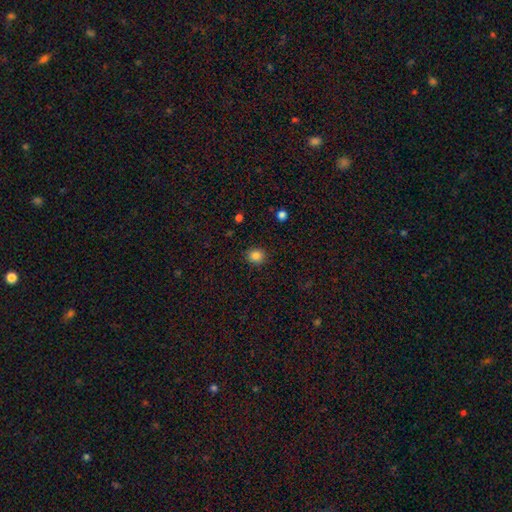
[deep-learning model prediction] smooth 85%, star or artifact 11%, featured or disk 4%. Down the decision tree: how rounded — round (80%); merging — none (90%).